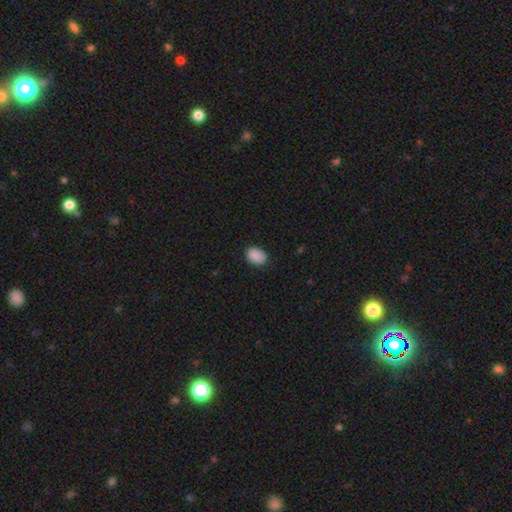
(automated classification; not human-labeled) Morphology: type=smooth (89%); roundness=in between (75%); merging=none (84%).